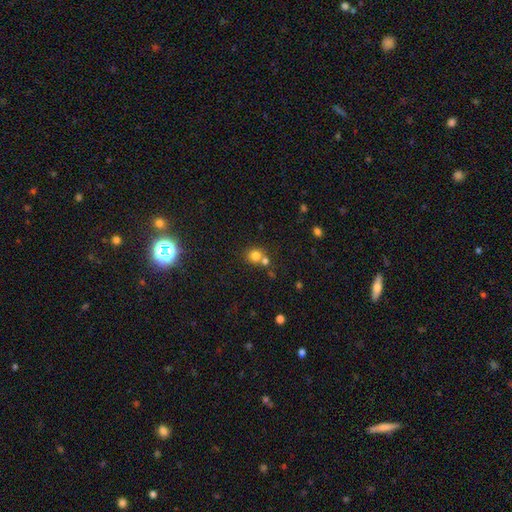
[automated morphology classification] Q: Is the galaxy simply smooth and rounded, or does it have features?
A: smooth — 77%.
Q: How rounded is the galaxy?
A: round — 85%.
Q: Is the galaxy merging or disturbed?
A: none — 55%.